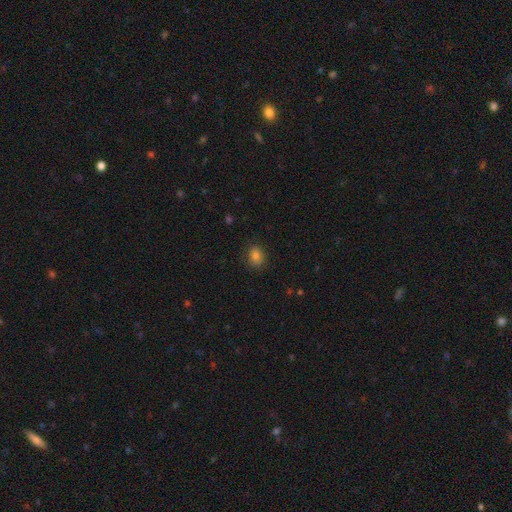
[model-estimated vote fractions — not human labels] smooth-or-featured: smooth: 82% | star or artifact: 12% | featured or disk: 6%
  how-rounded: in between: 57% | round: 42% | cigar-shaped: 1%
  merging: none: 84% | minor disturbance: 12% | major disturbance: 3% | merger: 1%